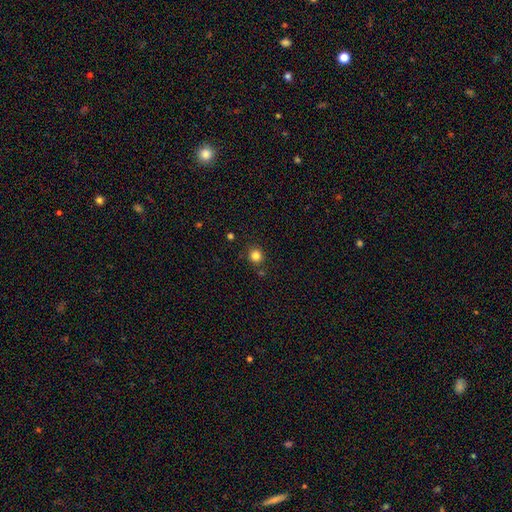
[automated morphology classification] Smooth or featured? smooth (83%)
How rounded? round (92%)
Merging? none (87%)